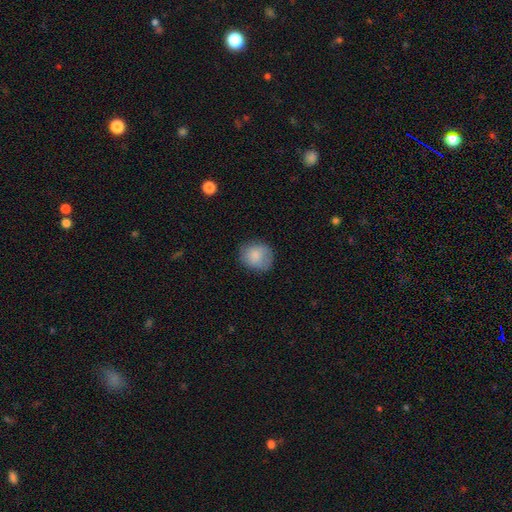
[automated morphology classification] Smooth or featured: smooth — 84% (featured or disk — 9%)
How rounded: round — 78% (in between — 21%)
Merging: none — 74% (minor disturbance — 19%)